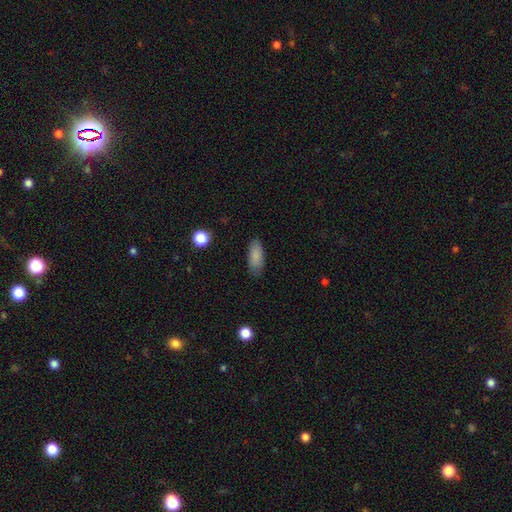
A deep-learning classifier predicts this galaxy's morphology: smooth_or_featured: smooth (p=0.87) [alt: star or artifact p=0.07]
how_rounded: in between (p=0.83) [alt: cigar-shaped p=0.15]
merging: none (p=0.82) [alt: minor disturbance p=0.13]